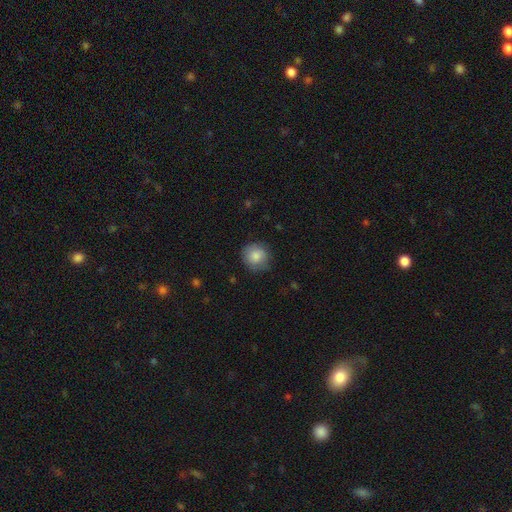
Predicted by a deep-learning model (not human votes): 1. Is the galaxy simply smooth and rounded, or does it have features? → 85% smooth, 8% featured or disk, 7% star or artifact.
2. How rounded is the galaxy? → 90% round, 9% in between, 1% cigar-shaped.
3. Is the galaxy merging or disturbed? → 79% none, 16% minor disturbance, 4% major disturbance, 1% merger.